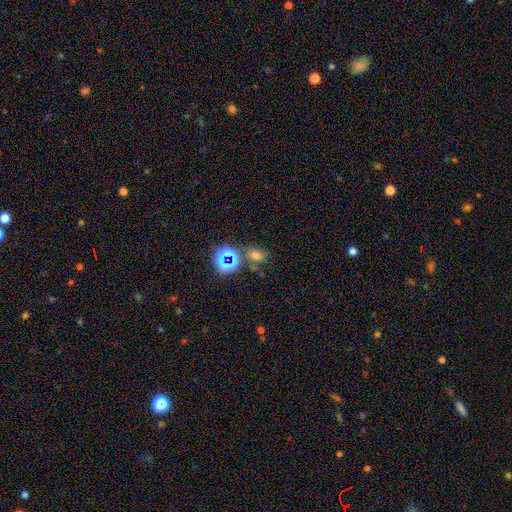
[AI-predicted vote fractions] Q: Smooth or featured?
A: smooth (59%); runner-up: star or artifact (31%)
Q: How rounded?
A: in between (55%); runner-up: round (44%)
Q: Merging?
A: none (65%); runner-up: minor disturbance (15%)